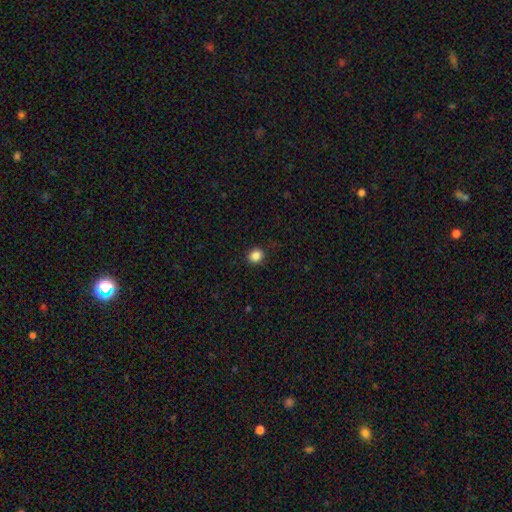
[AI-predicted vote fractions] smooth 86%, star or artifact 11%, featured or disk 3%. Down the decision tree: how rounded — round (80%); merging — none (90%).